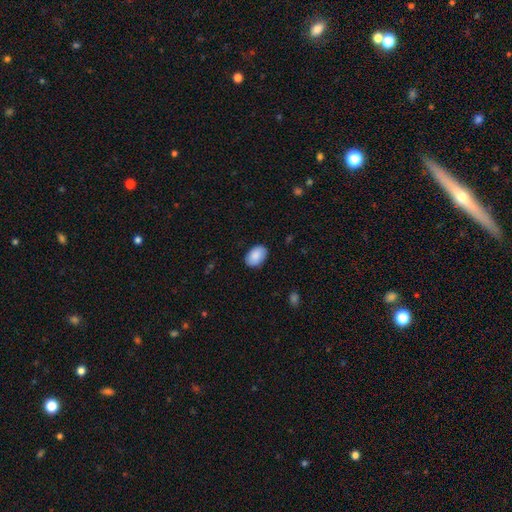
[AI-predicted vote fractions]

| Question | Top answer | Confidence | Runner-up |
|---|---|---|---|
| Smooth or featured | smooth | 89% | star or artifact (6%) |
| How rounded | in between | 90% | round (9%) |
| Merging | none | 86% | minor disturbance (11%) |